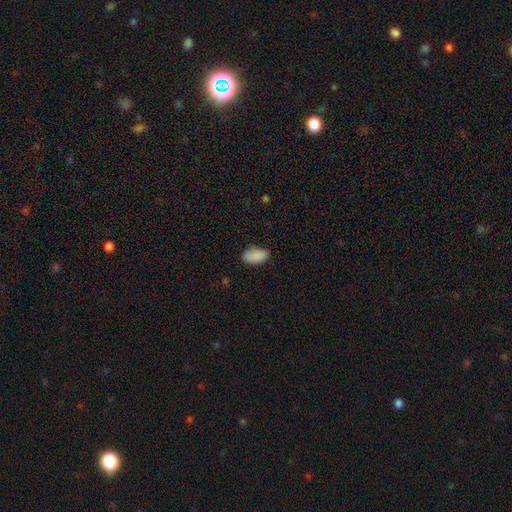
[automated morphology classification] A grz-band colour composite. It shows a smooth galaxy with no disk features (88%) that is in between round and cigar-shaped (93%). Merging: none (77%).